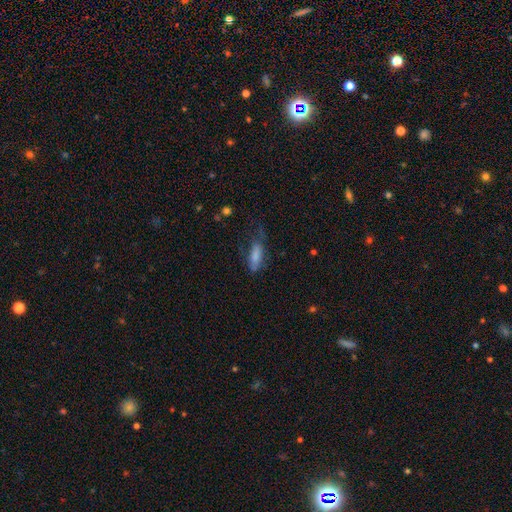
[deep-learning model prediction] smooth_or_featured: smooth (p=0.74) [alt: featured or disk p=0.18]
how_rounded: in between (p=0.61) [alt: cigar-shaped p=0.36]
merging: none (p=0.42) [alt: minor disturbance p=0.32]